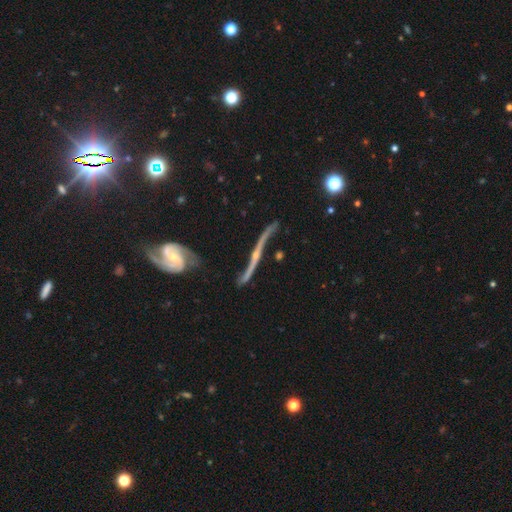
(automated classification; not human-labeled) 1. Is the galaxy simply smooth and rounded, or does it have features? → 83% featured or disk, 9% star or artifact, 8% smooth.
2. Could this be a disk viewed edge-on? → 74% yes, 26% no.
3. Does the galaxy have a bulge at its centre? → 64% rounded, 28% none, 8% boxy.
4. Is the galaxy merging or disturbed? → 66% none, 18% minor disturbance, 9% major disturbance, 7% merger.